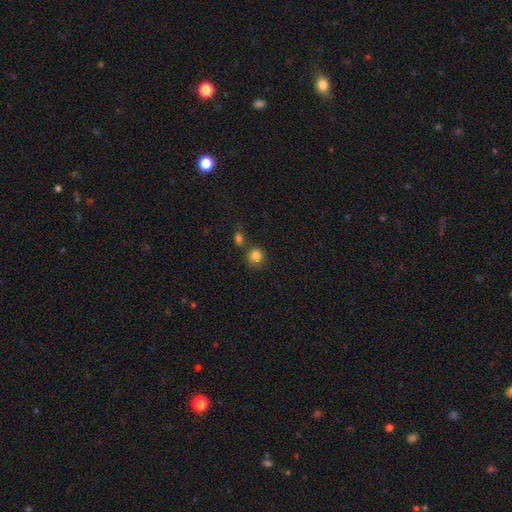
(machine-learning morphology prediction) smooth_or_featured: smooth (p=0.84) [alt: star or artifact p=0.11]
how_rounded: round (p=0.86) [alt: in between p=0.13]
merging: none (p=0.69) [alt: merger p=0.16]